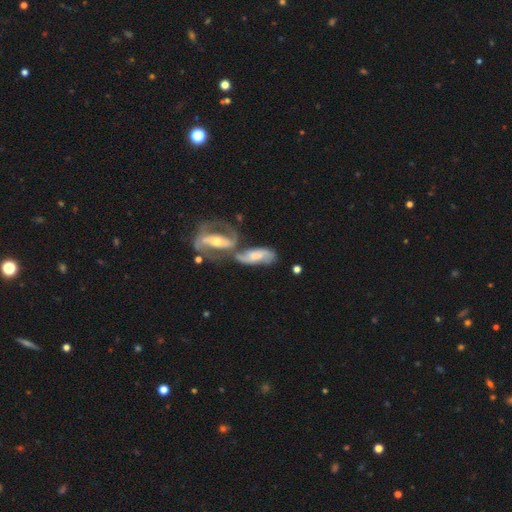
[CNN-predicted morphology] This appears to be a featured or disk galaxy (70%) with no bar (39%), 2 (79%) medium (46%) spiral arms (90%) and a moderate central bulge (44%). Merging: merger (58%).